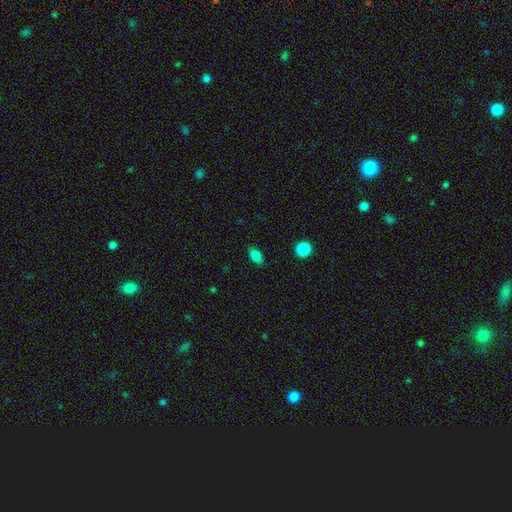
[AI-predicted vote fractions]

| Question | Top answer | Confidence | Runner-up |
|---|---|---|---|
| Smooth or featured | smooth | 84% | star or artifact (10%) |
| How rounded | in between | 86% | round (11%) |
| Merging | none | 87% | minor disturbance (10%) |